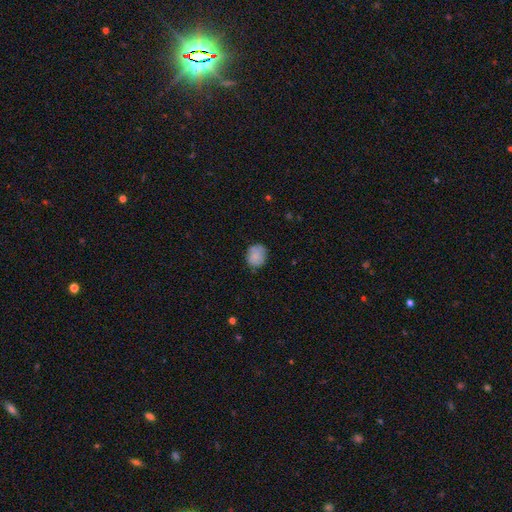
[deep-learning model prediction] Q: Smooth or featured?
A: smooth (81%); runner-up: featured or disk (10%)
Q: How rounded?
A: round (66%); runner-up: in between (33%)
Q: Merging?
A: none (73%); runner-up: minor disturbance (21%)